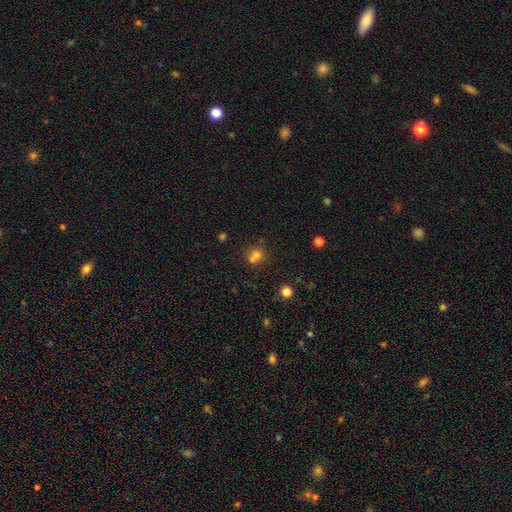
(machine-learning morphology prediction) A smooth galaxy with no disk features (70%) that is round (80%). Merging: merger (45%).